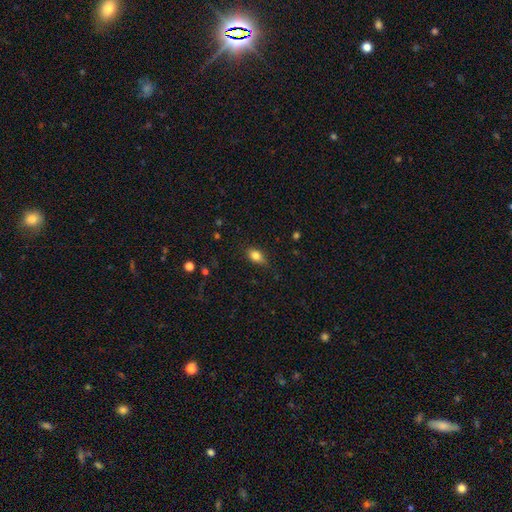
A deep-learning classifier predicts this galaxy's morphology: Smooth or featured? smooth (82%)
How rounded? in between (80%)
Merging? none (75%)